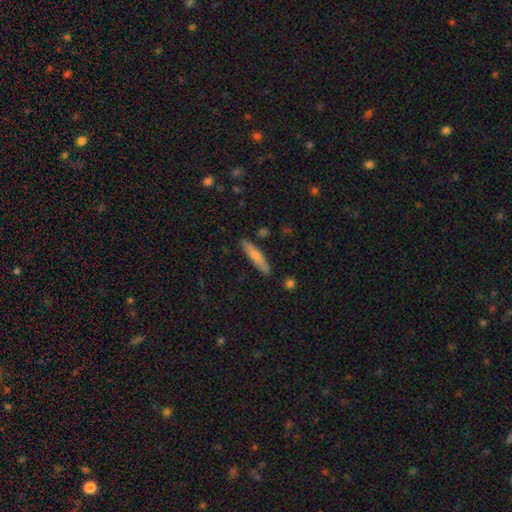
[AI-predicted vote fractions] Smooth or featured? smooth (69%)
How rounded? cigar-shaped (88%)
Merging? none (86%)